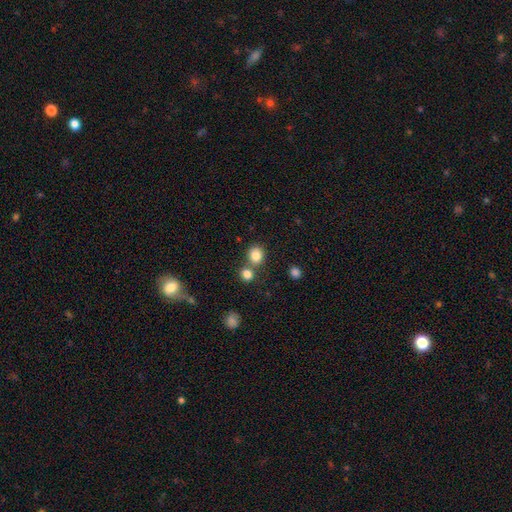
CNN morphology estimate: This is clearly a smooth galaxy (83%). How rounded: likely round (77%). Merging: likely none (63%).